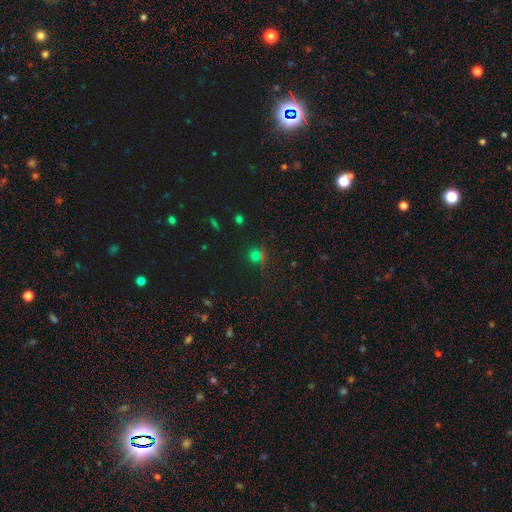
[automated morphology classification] The model was most divided on "smooth or featured": smooth: 49%, star or artifact: 43%, featured or disk: 8%. More confident: merging — none (76%).